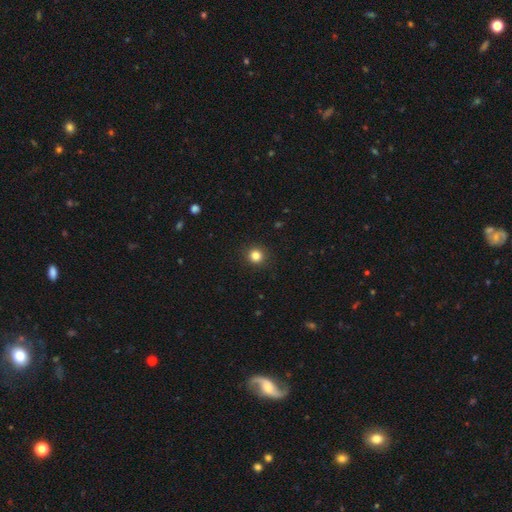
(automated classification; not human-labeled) The model was most divided on "smooth or featured": smooth: 84%, star or artifact: 12%, featured or disk: 4%. More confident: how rounded — round (93%); merging — none (92%).